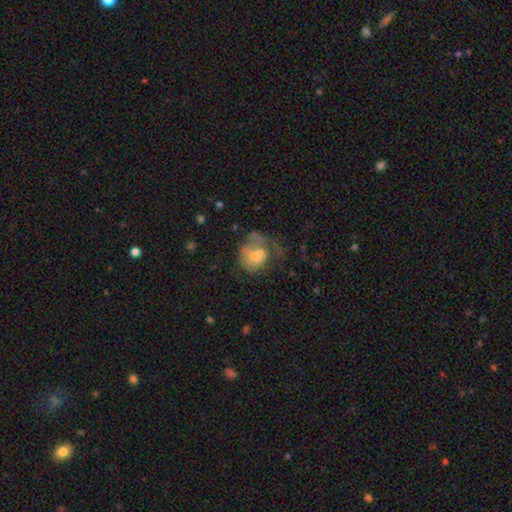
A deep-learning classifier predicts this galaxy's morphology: Q: Smooth or featured?
A: smooth (48%); runner-up: featured or disk (42%)
Q: Merging?
A: major disturbance (32%); runner-up: none (26%)